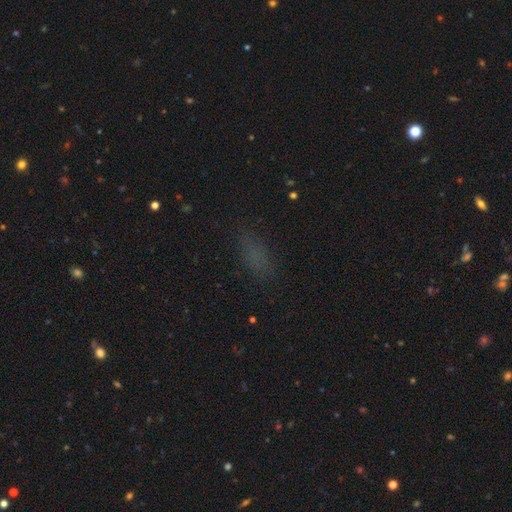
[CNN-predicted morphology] type=smooth (67%); roundness=in between (77%); merging=none (80%).